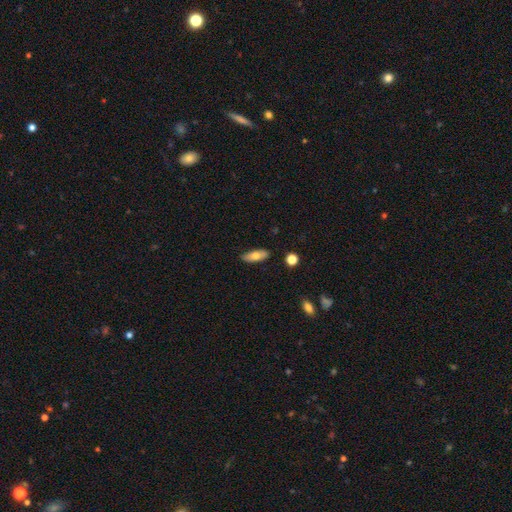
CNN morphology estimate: A smooth galaxy with no disk features (69%) that is in between round and cigar-shaped (69%). Merging: none (87%).